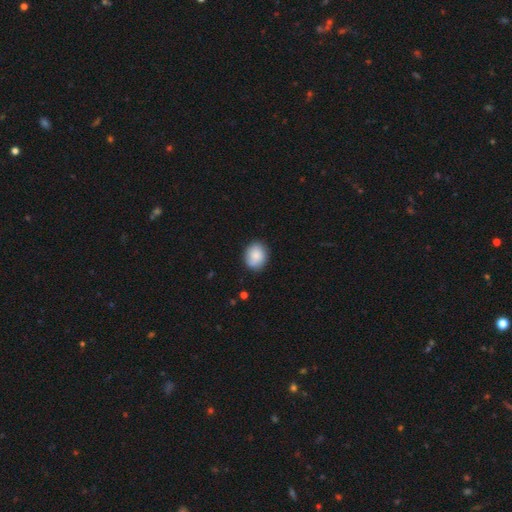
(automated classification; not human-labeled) This is clearly a smooth galaxy (83%). How rounded: likely round (62%). Merging: clearly none (83%).